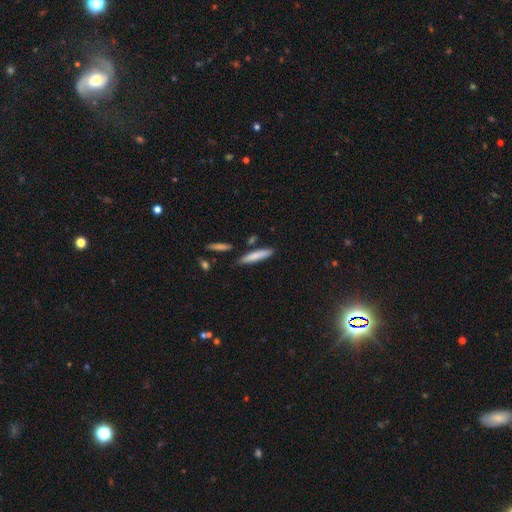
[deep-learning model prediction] Smooth or featured?
  - smooth: 79% *
  - featured or disk: 15%
  - star or artifact: 6%
How rounded?
  - cigar-shaped: 86% *
  - in between: 13%
  - round: 2%
Merging?
  - none: 80% *
  - minor disturbance: 12%
  - merger: 6%
  - major disturbance: 2%